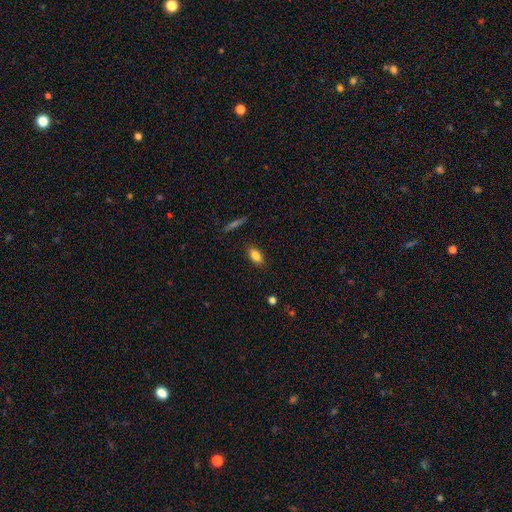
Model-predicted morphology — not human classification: Smooth or featured? smooth (84%)
How rounded? in between (87%)
Merging? none (87%)